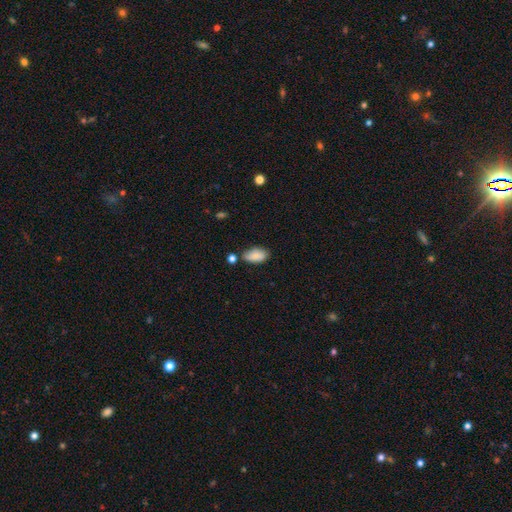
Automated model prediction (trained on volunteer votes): This is clearly a smooth galaxy (87%). How rounded: clearly in between (92%). Merging: likely none (72%).